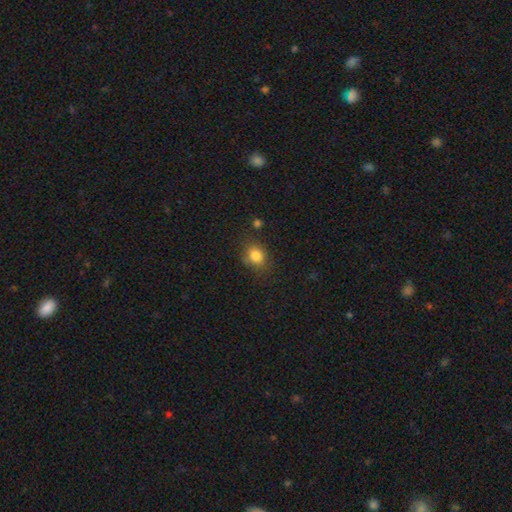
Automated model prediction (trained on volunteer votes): A smooth galaxy with no disk features (83%) that is round (61%). Merging: none (75%).